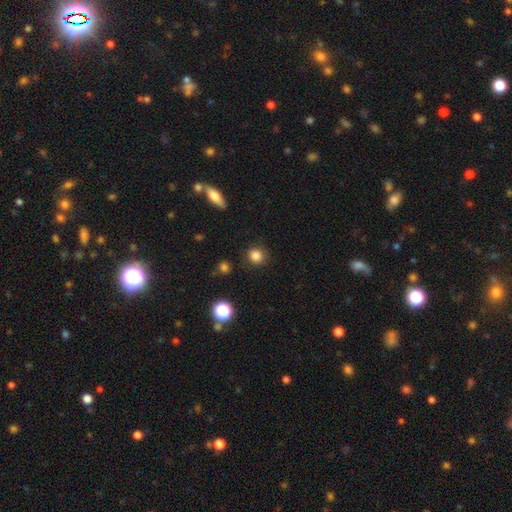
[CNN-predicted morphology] Q: Smooth or featured?
A: smooth (84%); runner-up: star or artifact (11%)
Q: How rounded?
A: round (85%); runner-up: in between (14%)
Q: Merging?
A: none (86%); runner-up: minor disturbance (9%)